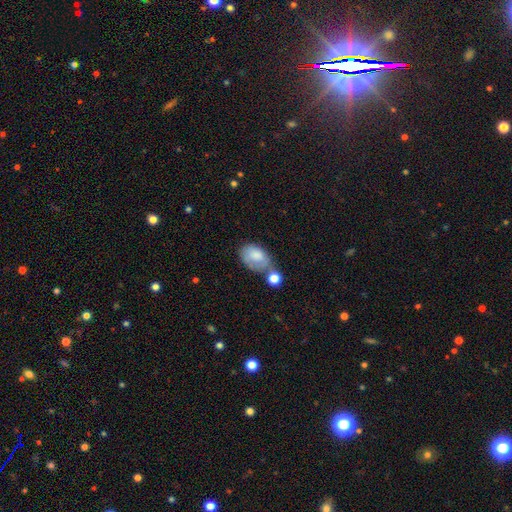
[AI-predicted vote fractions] Smooth or featured? Predicted: smooth (p=0.74). How rounded? Predicted: in between (p=0.88). Merging? Predicted: none (p=0.34).